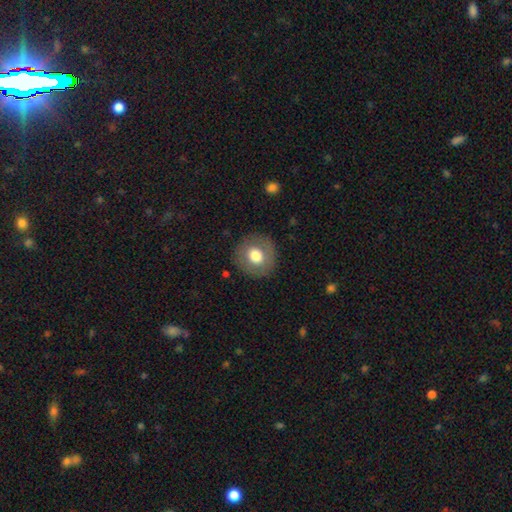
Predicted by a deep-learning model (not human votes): Overall: smooth (70%). How rounded: round (90%). Merging: none (88%).